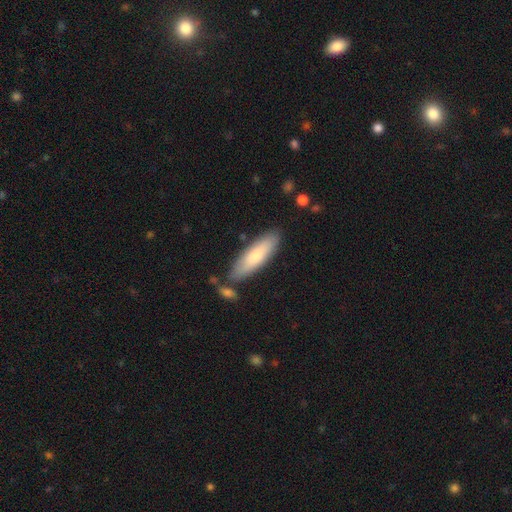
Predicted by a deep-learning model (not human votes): smooth 73%, featured or disk 22%, star or artifact 5%. Down the decision tree: how rounded — cigar-shaped (53%); merging — none (78%).